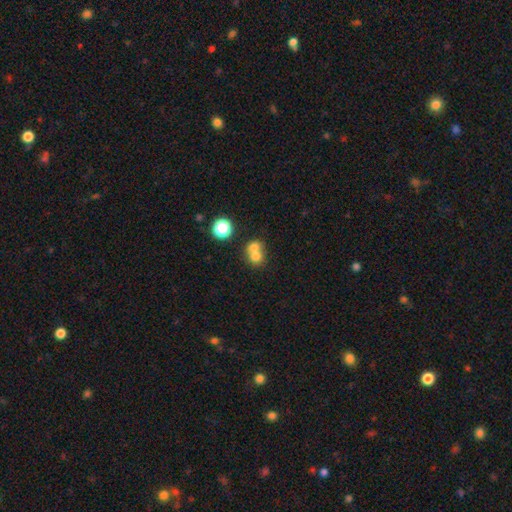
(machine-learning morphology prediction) smooth-or-featured: smooth: 70% | featured or disk: 17% | star or artifact: 14%
  how-rounded: round: 76% | in between: 23% | cigar-shaped: 1%
  merging: merger: 63% | none: 29% | minor disturbance: 5% | major disturbance: 3%